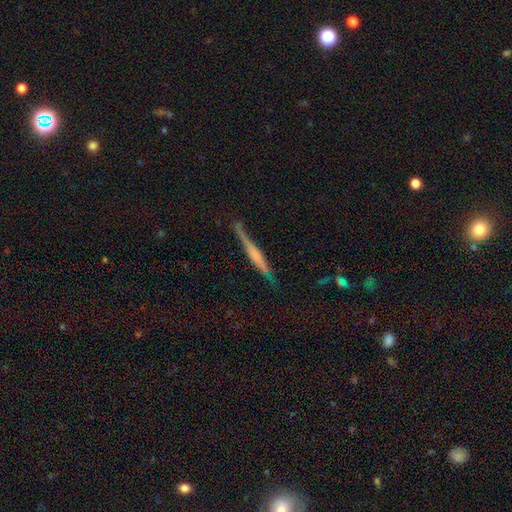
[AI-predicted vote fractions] Smooth or featured? featured or disk (60%)
Edge-on disk? yes (96%)
Edge-on bulge? none (38%)
Merging? none (78%)